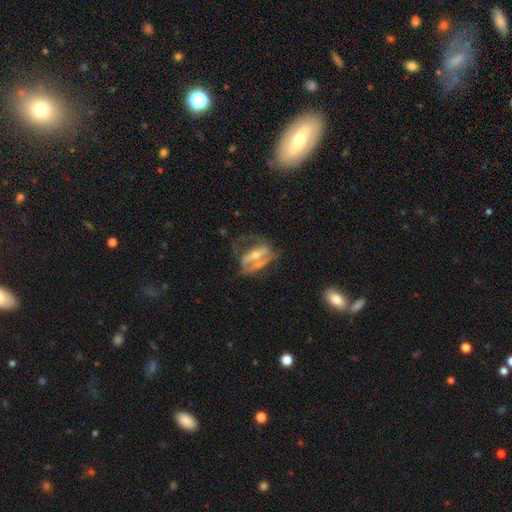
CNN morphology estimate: Smooth or featured? featured or disk (73%)
Edge-on disk? no (90%)
Bar? strong (45%)
Spiral arms? yes (63%)
Bulge size? moderate (47%)
Merging? none (39%)